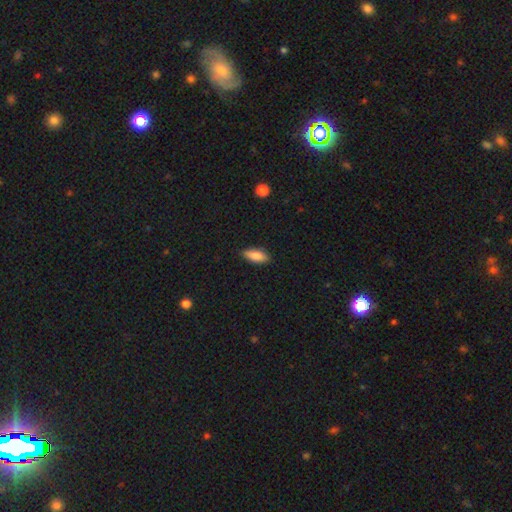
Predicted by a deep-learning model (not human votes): Morphology: type=smooth (83%); roundness=in between (79%); merging=none (87%).